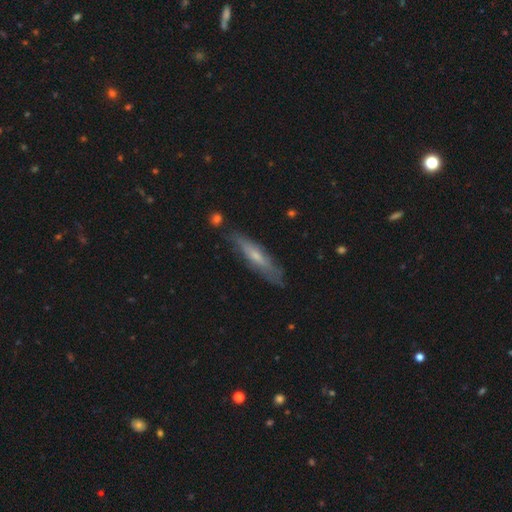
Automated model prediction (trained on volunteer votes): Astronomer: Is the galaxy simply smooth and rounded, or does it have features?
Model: featured or disk — 49% (runner-up: smooth, 45%).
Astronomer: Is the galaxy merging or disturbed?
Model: none — 76%.